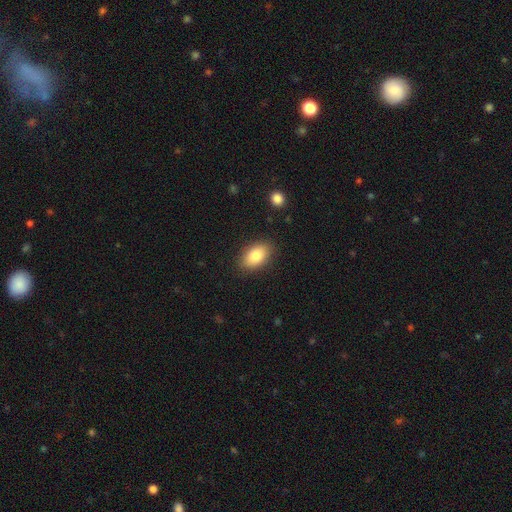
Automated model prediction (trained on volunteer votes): Smooth or featured? smooth (83%)
How rounded? in between (90%)
Merging? none (86%)